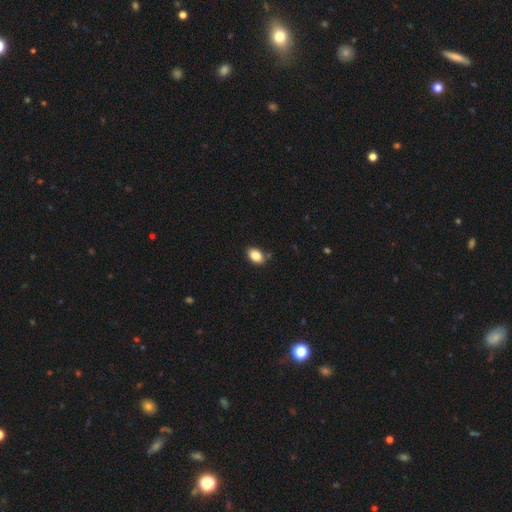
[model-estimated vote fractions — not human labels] This appears to be a smooth galaxy with no disk features (86%) that is in between round and cigar-shaped (84%). Merging: none (82%).